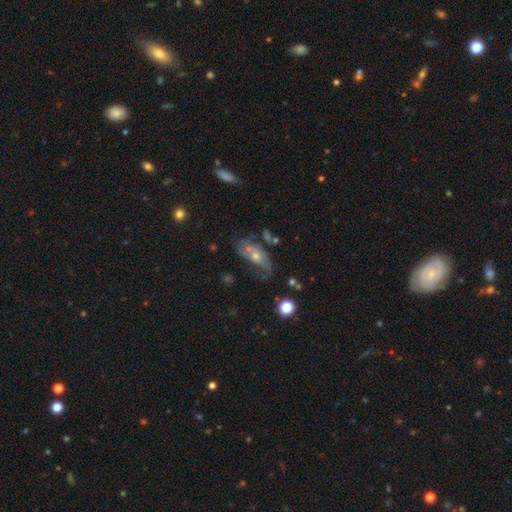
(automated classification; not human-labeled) A featured or disk galaxy (63%) with no bar (74%), spiral arms (72%) and a moderate central bulge (56%).

Vote fractions:
- Smooth or featured? featured or disk: 63% / smooth: 26% / star or artifact: 11%
- Edge-on disk? no: 89% / yes: 11%
- Bar? no: 74% / weak: 20% / strong: 5%
- Spiral arms? yes: 72% / no: 28%
- Bulge size? moderate: 56% / small: 35% / large: 5% / none: 3% / dominant: 1%
- Merging? none: 41% / minor disturbance: 24% / major disturbance: 24% / merger: 12%